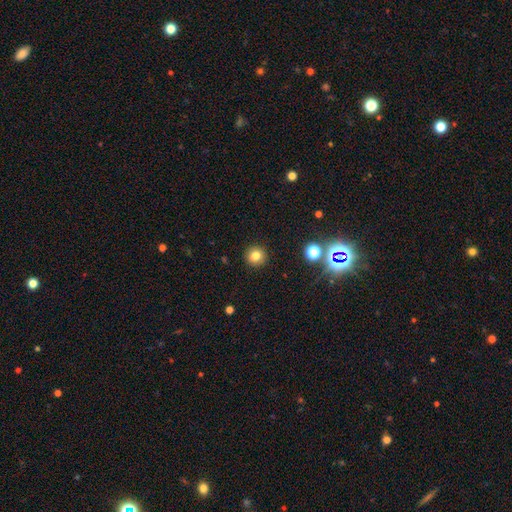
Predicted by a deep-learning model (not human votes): Morphology: type=smooth (80%); roundness=round (93%); merging=none (92%).